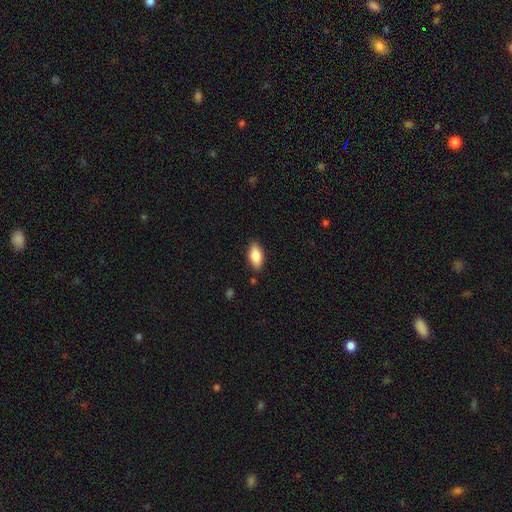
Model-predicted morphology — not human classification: smooth_or_featured: smooth (p=0.84) [alt: featured or disk p=0.09]
how_rounded: in between (p=0.91) [alt: cigar-shaped p=0.06]
merging: none (p=0.87) [alt: minor disturbance p=0.10]